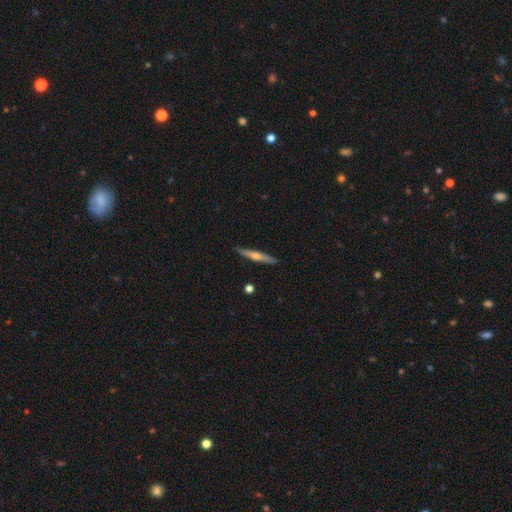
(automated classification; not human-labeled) Smooth or featured: featured or disk — 63% (smooth — 31%)
Edge-on disk: yes — 97% (no — 3%)
Edge-on bulge: rounded — 83% (none — 12%)
Merging: none — 91% (minor disturbance — 7%)